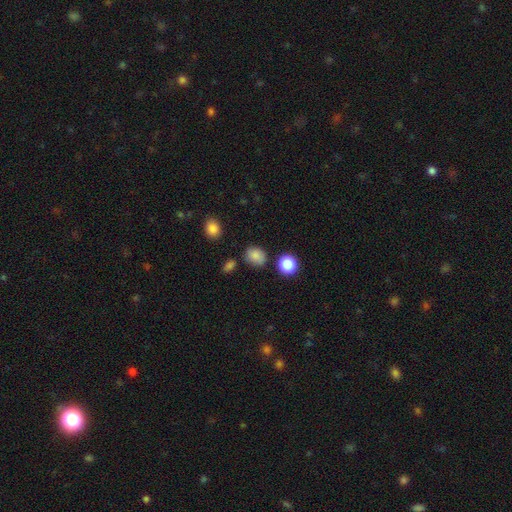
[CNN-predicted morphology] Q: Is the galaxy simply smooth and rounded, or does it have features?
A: smooth — 83%.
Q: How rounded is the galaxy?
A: round — 62%.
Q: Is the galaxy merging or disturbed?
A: none — 78%.